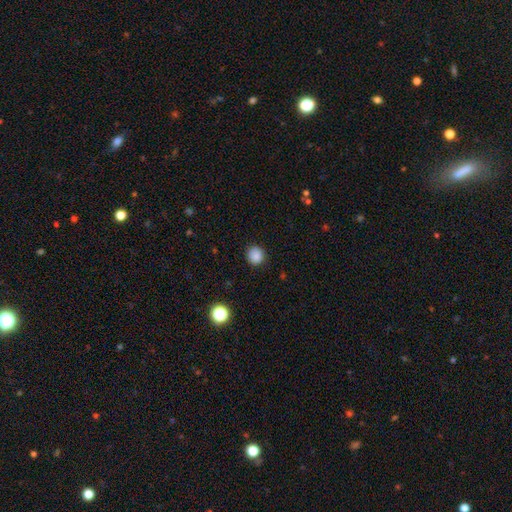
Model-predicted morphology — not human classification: A smooth galaxy with no disk features (86%) that is round (90%). Merging: none (89%).